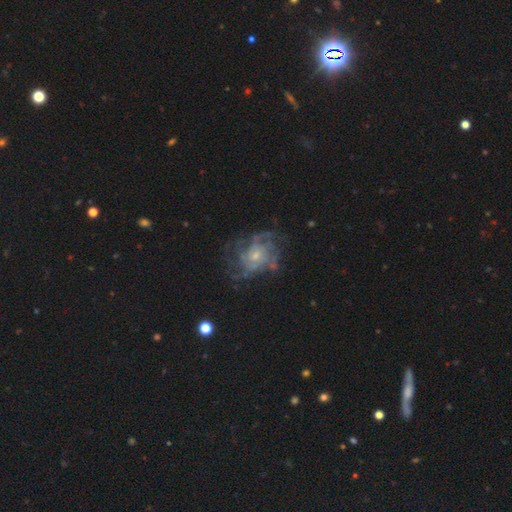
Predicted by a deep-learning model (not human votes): Smooth or featured?
  - featured or disk: 79% *
  - smooth: 12%
  - star or artifact: 9%
Edge-on disk?
  - no: 98% *
  - yes: 2%
Bar?
  - no: 78% *
  - weak: 19%
  - strong: 3%
Spiral arms?
  - yes: 86% *
  - no: 14%
Spiral winding?
  - tight: 49% *
  - medium: 37%
  - loose: 15%
Spiral arm count?
  - can't tell: 43% *
  - 4: 19%
  - 3: 12%
  - more than 4: 11%
  - 2: 9%
  - 1: 6%
Bulge size?
  - small: 61% *
  - moderate: 33%
  - none: 3%
  - large: 2%
  - dominant: 1%
Merging?
  - none: 62% *
  - minor disturbance: 20%
  - major disturbance: 16%
  - merger: 2%